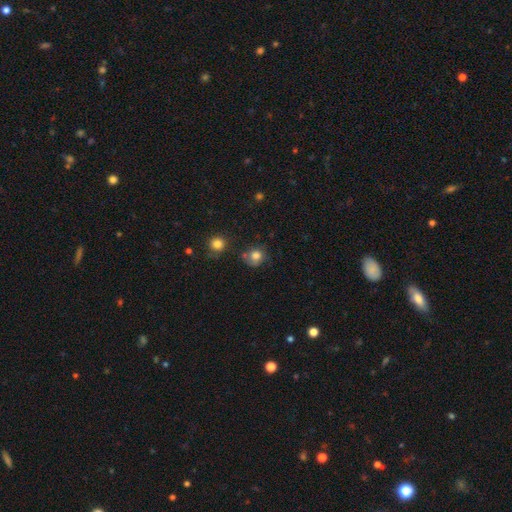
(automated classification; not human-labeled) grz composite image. It shows a smooth galaxy with no disk features (77%) that is round (82%). Merging: none (59%).